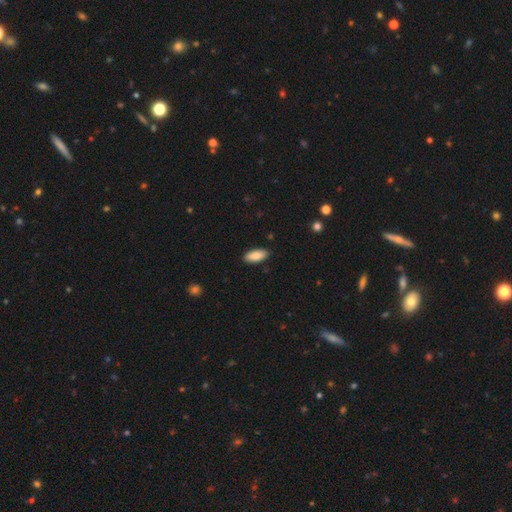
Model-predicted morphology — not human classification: A smooth galaxy with no disk features (87%) that is in between round and cigar-shaped (87%).

Vote fractions:
- Smooth or featured? smooth: 87% / featured or disk: 7% / star or artifact: 6%
- How rounded? in between: 87% / cigar-shaped: 11% / round: 2%
- Merging? none: 89% / minor disturbance: 8% / major disturbance: 2% / merger: 1%